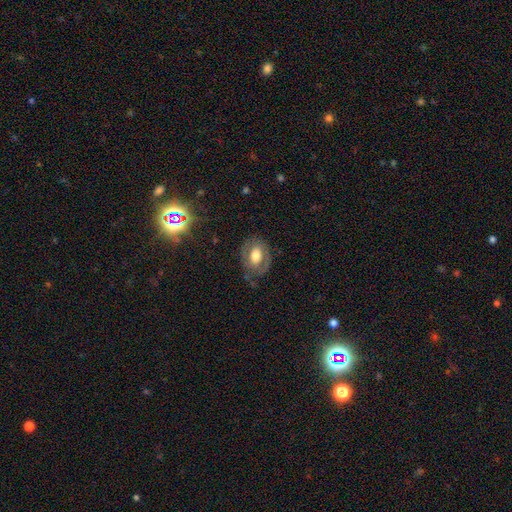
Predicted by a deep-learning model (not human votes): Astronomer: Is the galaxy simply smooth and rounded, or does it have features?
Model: smooth — 50% (runner-up: featured or disk, 42%).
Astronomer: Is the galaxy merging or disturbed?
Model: none — 72%.